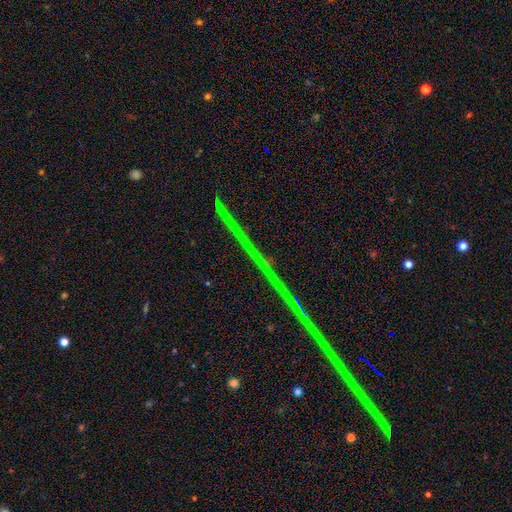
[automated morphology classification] A star or artifact, not a galaxy (87%).